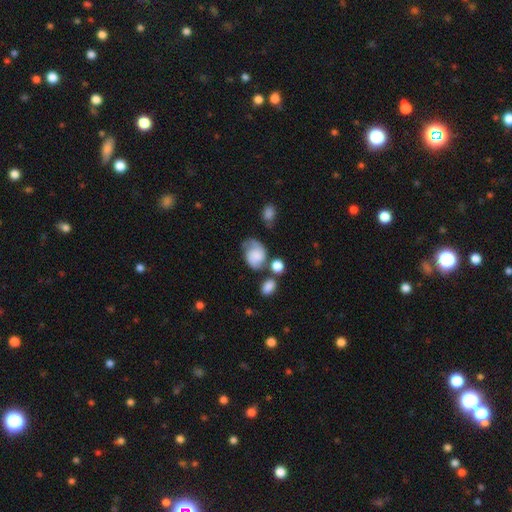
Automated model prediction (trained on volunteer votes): A featured or disk galaxy (52%) with no bar (70%), spiral arms (89%) and no central bulge (39%). Merging: none (43%).